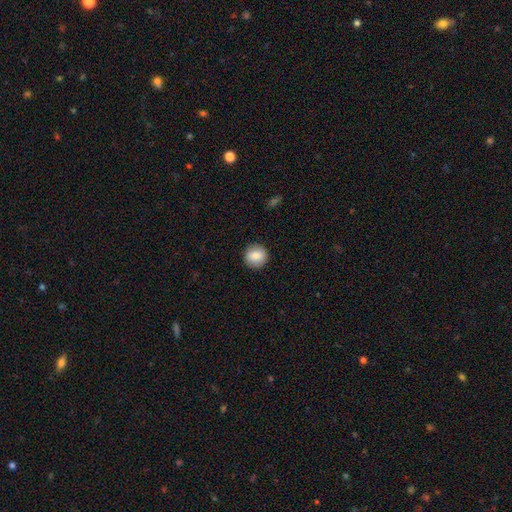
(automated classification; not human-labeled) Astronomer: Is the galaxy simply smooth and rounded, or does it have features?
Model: smooth — 84%.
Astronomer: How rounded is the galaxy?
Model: round — 93%.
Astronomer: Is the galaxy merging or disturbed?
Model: none — 91%.